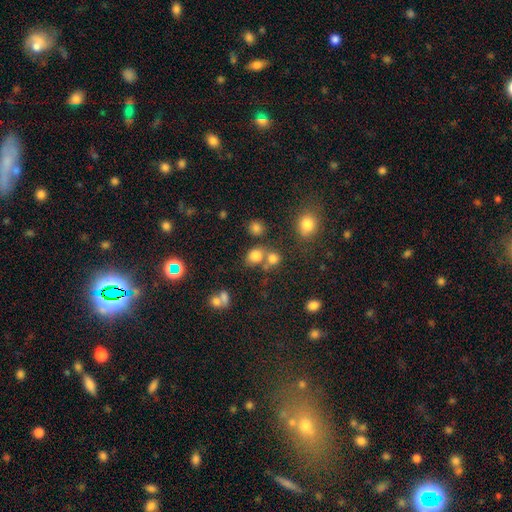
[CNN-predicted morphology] type=smooth (77%); roundness=round (66%); merging=none (54%).